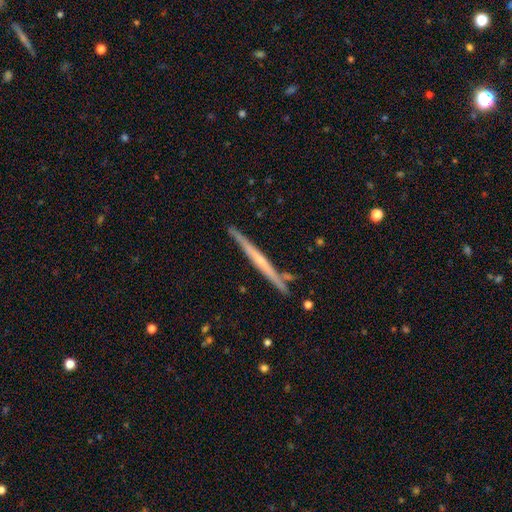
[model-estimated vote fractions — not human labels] A featured or disk galaxy (70%) viewed edge-on (98%) with no central bulge (53%).

Vote fractions:
- Smooth or featured? featured or disk: 70% / smooth: 23% / star or artifact: 6%
- Edge-on disk? yes: 98% / no: 2%
- Edge-on bulge? none: 53% / rounded: 41% / boxy: 7%
- Merging? none: 88% / minor disturbance: 8% / merger: 2% / major disturbance: 2%